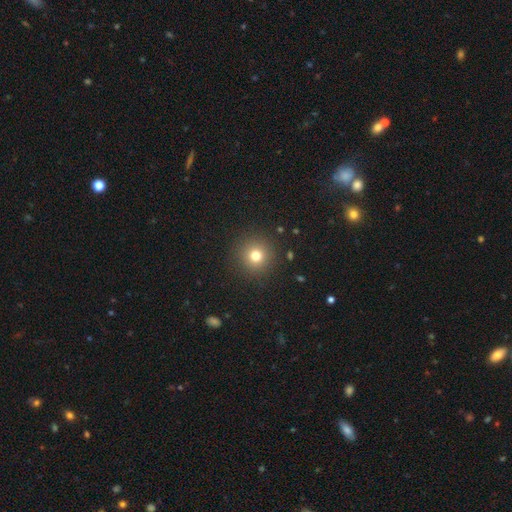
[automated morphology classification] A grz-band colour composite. It shows a smooth galaxy with no disk features (76%) that is round (95%). Merging: none (91%).